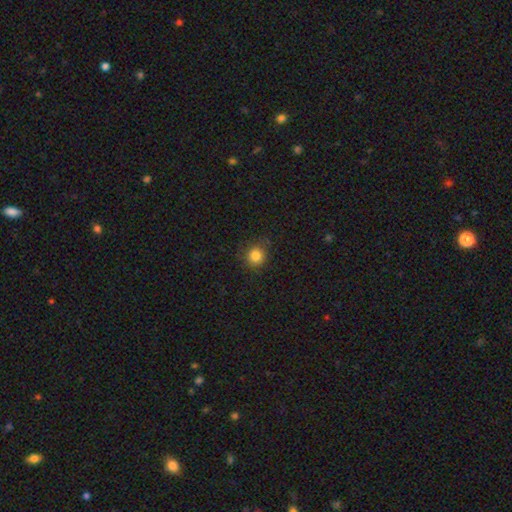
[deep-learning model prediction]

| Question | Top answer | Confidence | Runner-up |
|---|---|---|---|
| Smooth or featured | smooth | 84% | star or artifact (12%) |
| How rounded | round | 91% | in between (8%) |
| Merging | none | 86% | minor disturbance (10%) |